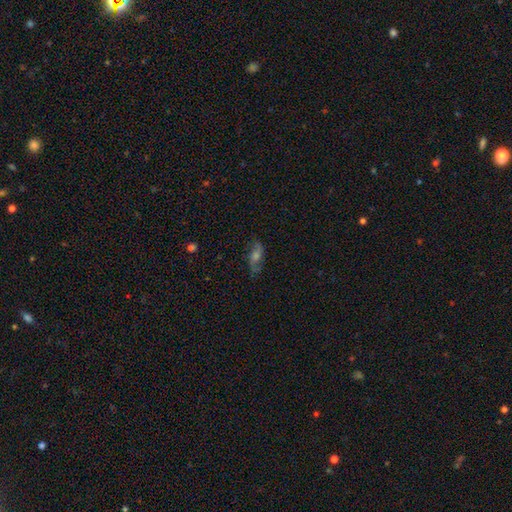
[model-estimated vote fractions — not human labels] Morphology: type=featured or disk (66%); edge-on=no (88%); bar=no (57%); spiral arms=yes (91%); winding=loose (52%); arm count=2 (89%); bulge=moderate (54%); merging=none (78%).